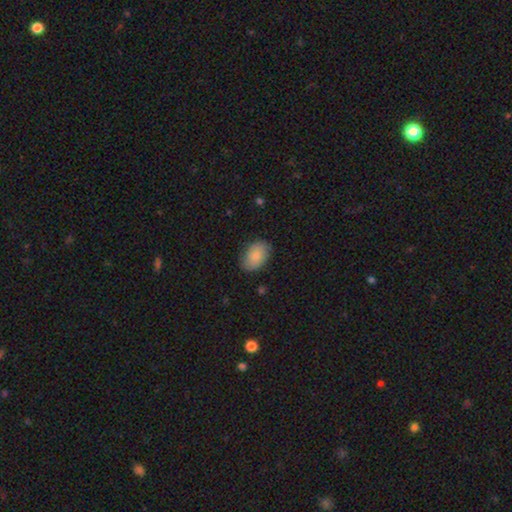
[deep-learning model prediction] Morphology: type=smooth (84%); roundness=in between (88%); merging=none (83%).